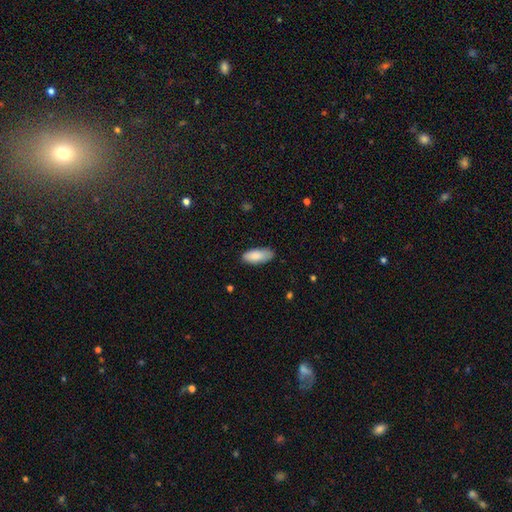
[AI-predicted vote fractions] A smooth galaxy with no disk features (86%) that is in between round and cigar-shaped (85%).

Vote fractions:
- Smooth or featured? smooth: 86% / featured or disk: 8% / star or artifact: 6%
- How rounded? in between: 85% / cigar-shaped: 13% / round: 2%
- Merging? none: 77% / minor disturbance: 19% / major disturbance: 3% / merger: 1%